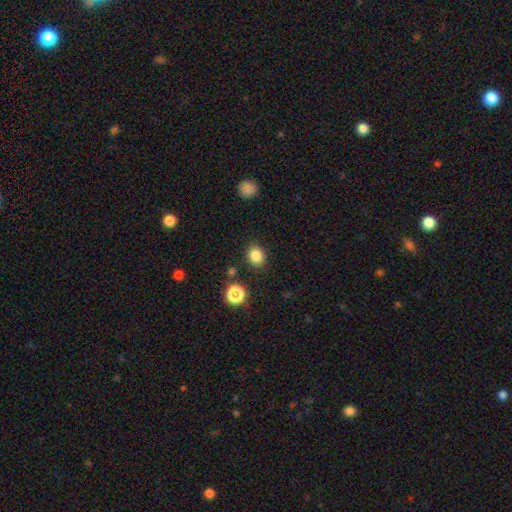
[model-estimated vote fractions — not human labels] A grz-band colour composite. It shows a smooth galaxy with no disk features (83%) that is round (67%). Merging: none (87%).